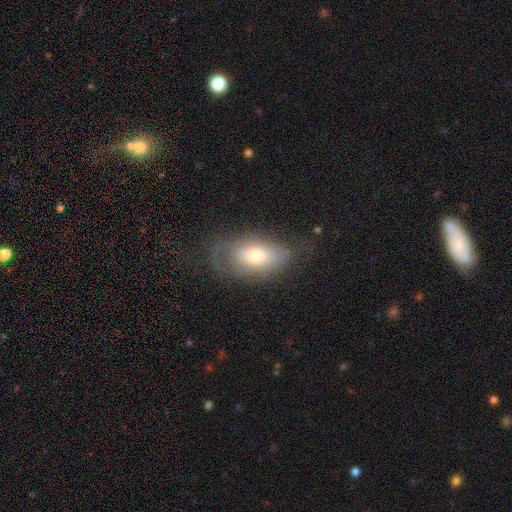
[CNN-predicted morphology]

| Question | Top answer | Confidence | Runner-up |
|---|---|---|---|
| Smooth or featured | smooth | 58% | featured or disk (34%) |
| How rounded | in between | 89% | round (8%) |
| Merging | none | 51% | minor disturbance (26%) |